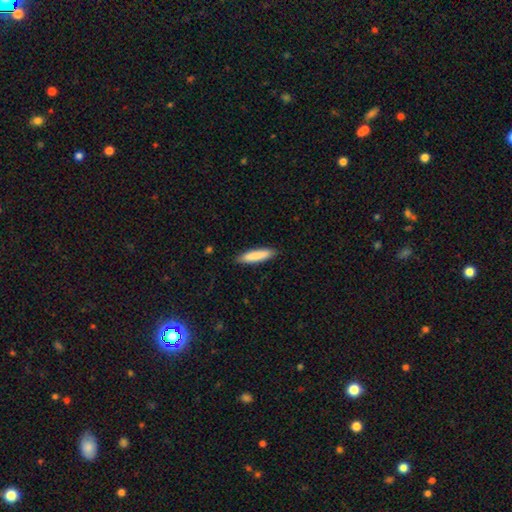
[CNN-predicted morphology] A smooth galaxy with no disk features (85%) that is cigar-shaped (81%). Merging: none (89%).